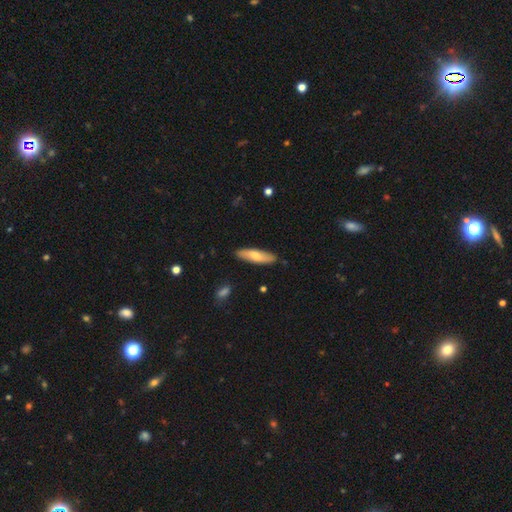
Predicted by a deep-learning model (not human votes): Smooth or featured? smooth (69%)
How rounded? cigar-shaped (61%)
Merging? none (86%)